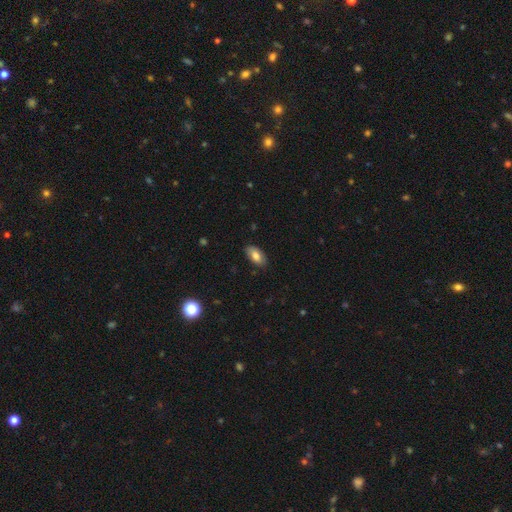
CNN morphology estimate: Q: Smooth or featured?
A: smooth (80%); runner-up: featured or disk (13%)
Q: How rounded?
A: in between (92%); runner-up: cigar-shaped (4%)
Q: Merging?
A: none (84%); runner-up: minor disturbance (13%)